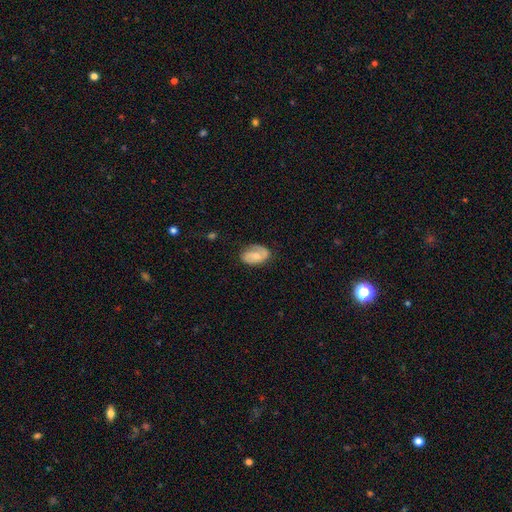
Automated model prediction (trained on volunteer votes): A featured or disk galaxy (54%) with no bar (53%), spiral arms (85%) and a small central bulge (47%). Merging: none (68%).